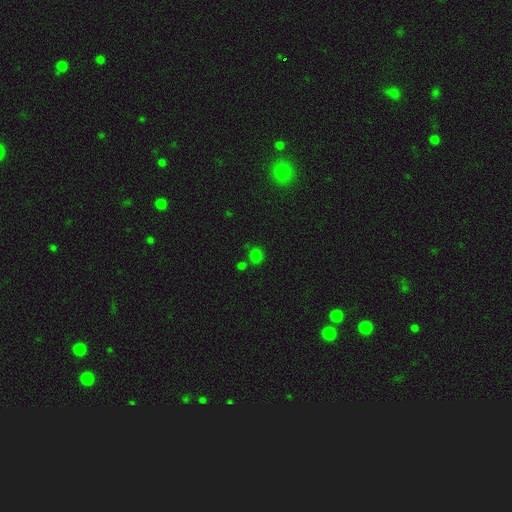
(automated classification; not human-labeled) The model was most divided on "smooth or featured": smooth: 71%, star or artifact: 24%, featured or disk: 5%. More confident: how rounded — round (80%); merging — none (71%).